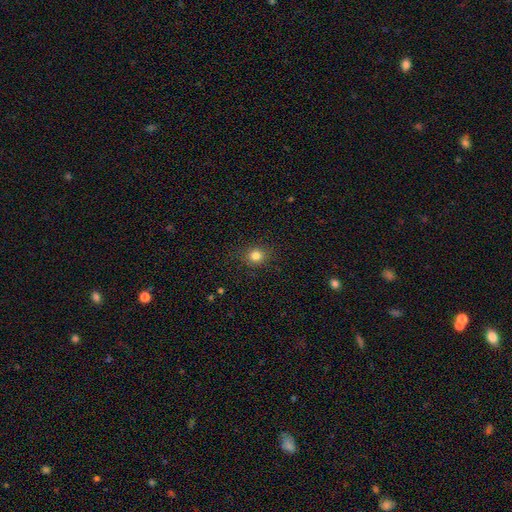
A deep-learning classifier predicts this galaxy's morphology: A smooth galaxy with no disk features (82%) that is round (78%). Merging: none (88%).